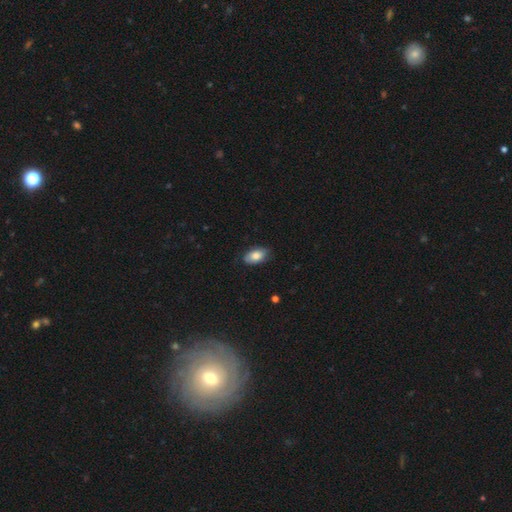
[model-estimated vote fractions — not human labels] This is clearly a smooth galaxy (80%). How rounded: clearly in between (93%). Merging: clearly none (81%).